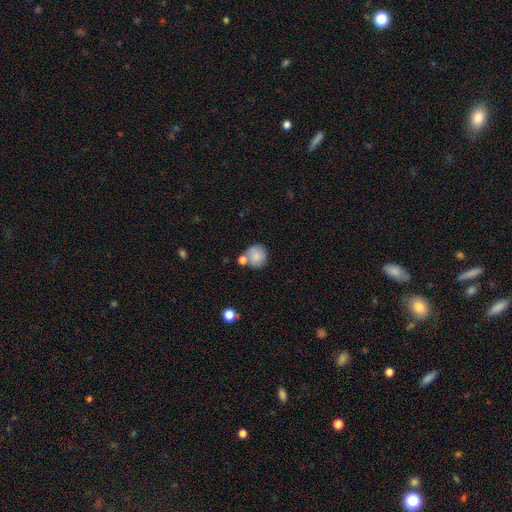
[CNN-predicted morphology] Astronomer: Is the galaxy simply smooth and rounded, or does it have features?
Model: smooth — 81%.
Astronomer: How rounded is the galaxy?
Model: round — 88%.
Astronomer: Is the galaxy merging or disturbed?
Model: none — 56%.